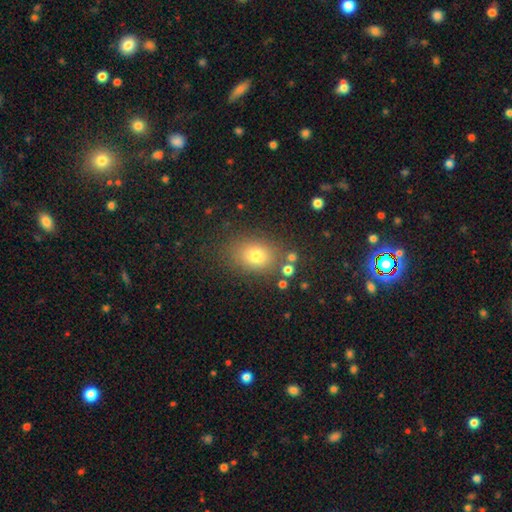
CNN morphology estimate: Smooth or featured? Predicted: smooth (p=0.76). How rounded? Predicted: in between (p=0.64). Merging? Predicted: none (p=0.79).